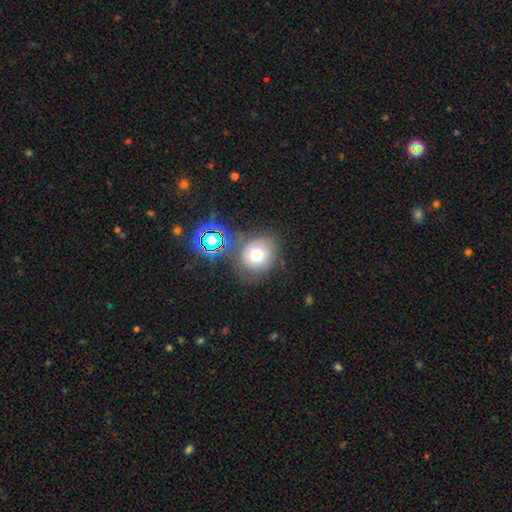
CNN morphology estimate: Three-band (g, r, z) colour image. It shows a smooth galaxy with no disk features (66%) that is round (79%). Merging: none (72%).